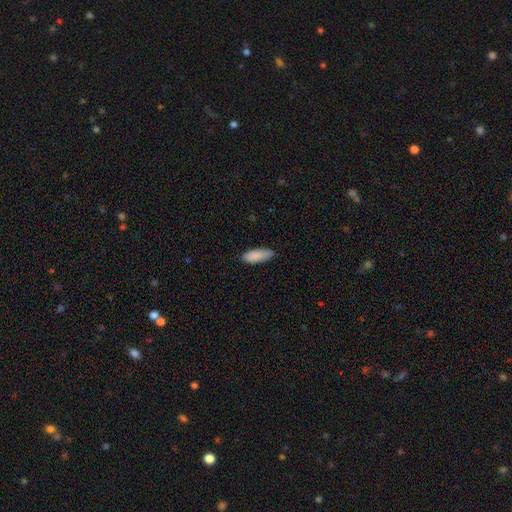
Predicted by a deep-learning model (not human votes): Smooth or featured? smooth (89%)
How rounded? in between (75%)
Merging? none (79%)